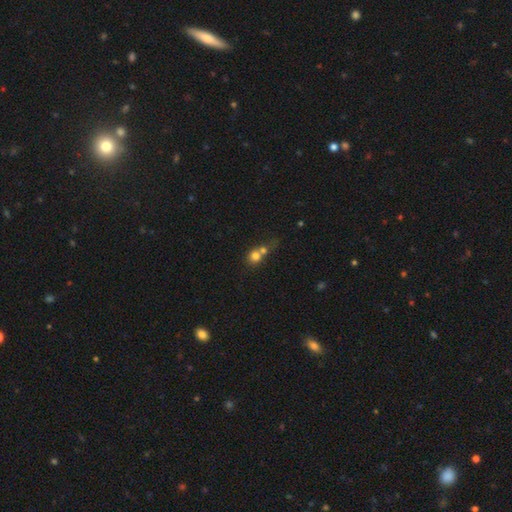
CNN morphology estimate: Smooth or featured?
  - smooth: 73% *
  - featured or disk: 15%
  - star or artifact: 13%
How rounded?
  - round: 81% *
  - in between: 17%
  - cigar-shaped: 2%
Merging?
  - merger: 60% *
  - none: 29%
  - minor disturbance: 6%
  - major disturbance: 5%